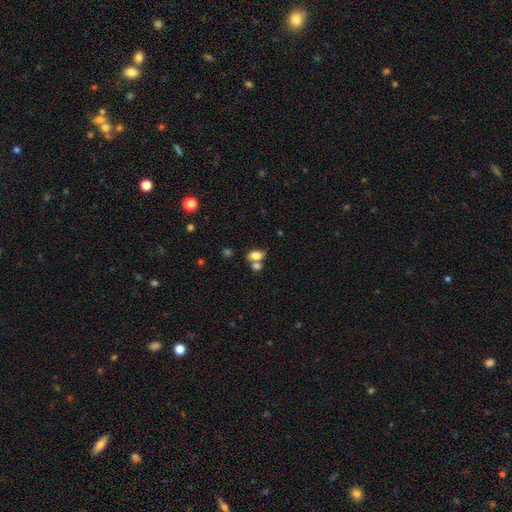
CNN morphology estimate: Q: Smooth or featured?
A: smooth (78%); runner-up: featured or disk (12%)
Q: How rounded?
A: in between (84%); runner-up: round (13%)
Q: Merging?
A: none (48%); runner-up: merger (37%)